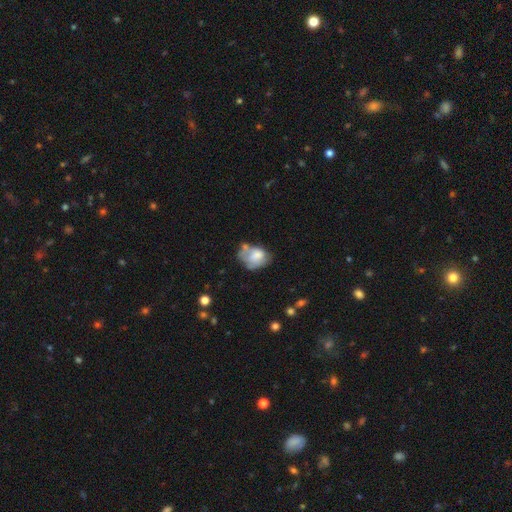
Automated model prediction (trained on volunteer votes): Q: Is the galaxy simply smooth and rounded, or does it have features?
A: smooth — 63%.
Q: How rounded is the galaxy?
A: in between — 67%.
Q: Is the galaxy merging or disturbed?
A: none — 31%.